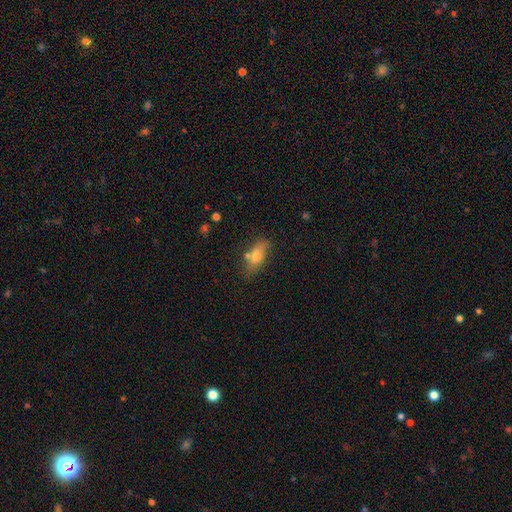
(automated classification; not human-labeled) smooth-or-featured: smooth: 65% | featured or disk: 23% | star or artifact: 12%
  how-rounded: in between: 75% | cigar-shaped: 18% | round: 7%
  merging: none: 64% | minor disturbance: 19% | merger: 11% | major disturbance: 6%